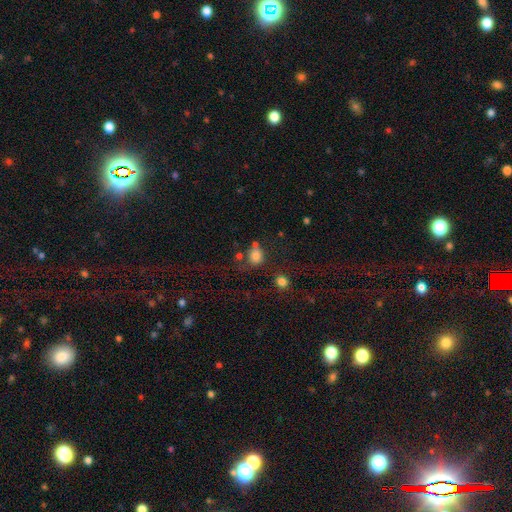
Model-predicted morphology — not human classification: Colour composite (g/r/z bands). It shows a smooth galaxy with no disk features (78%) that is round (63%). Merging: none (54%).